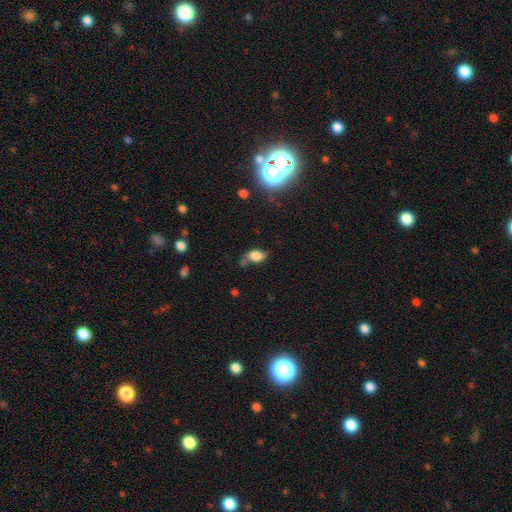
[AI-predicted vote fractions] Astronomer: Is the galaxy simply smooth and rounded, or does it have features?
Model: smooth — 73%.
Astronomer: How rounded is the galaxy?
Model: in between — 86%.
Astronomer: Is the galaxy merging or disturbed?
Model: none — 51% (runner-up: minor disturbance, 28%).